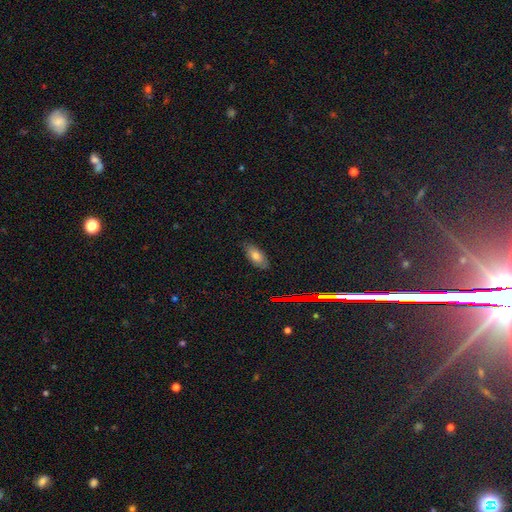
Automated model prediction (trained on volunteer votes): Smooth or featured: smooth — 75% (featured or disk — 15%)
How rounded: in between — 89% (cigar-shaped — 8%)
Merging: none — 82% (minor disturbance — 15%)